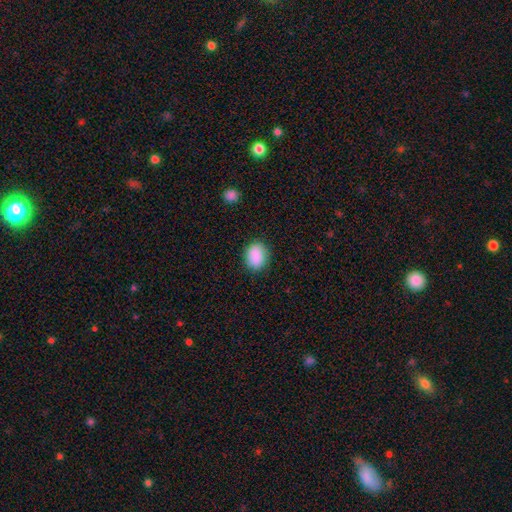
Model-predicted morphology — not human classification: Smooth or featured?
  - smooth: 89% *
  - star or artifact: 7%
  - featured or disk: 3%
How rounded?
  - in between: 68% *
  - round: 31%
  - cigar-shaped: 1%
Merging?
  - none: 85% *
  - minor disturbance: 11%
  - major disturbance: 3%
  - merger: 1%